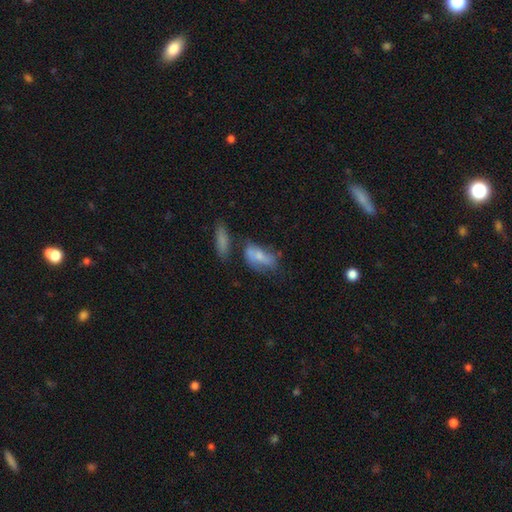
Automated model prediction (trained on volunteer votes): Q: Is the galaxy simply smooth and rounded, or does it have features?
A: smooth — 41%.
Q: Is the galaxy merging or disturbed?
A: none — 53%.